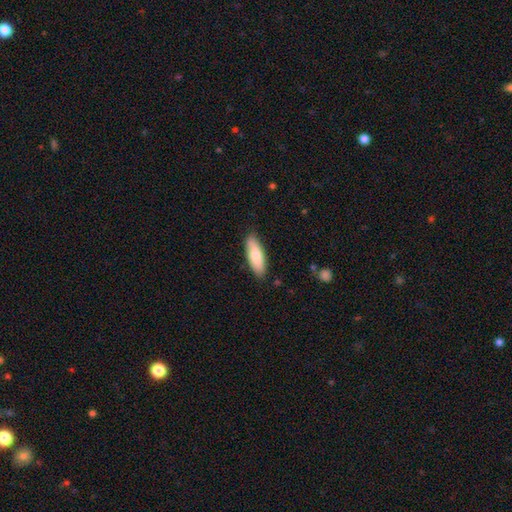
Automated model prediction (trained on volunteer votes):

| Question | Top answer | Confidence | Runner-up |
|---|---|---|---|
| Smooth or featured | smooth | 77% | featured or disk (17%) |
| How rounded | in between | 59% | cigar-shaped (40%) |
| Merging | none | 85% | minor disturbance (12%) |